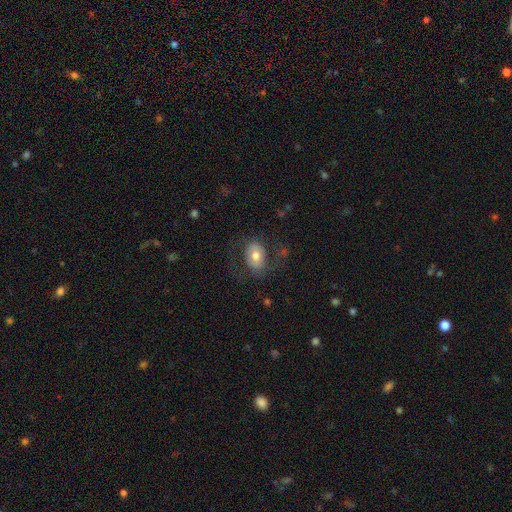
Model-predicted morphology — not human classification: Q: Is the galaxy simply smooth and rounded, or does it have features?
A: smooth — 62%.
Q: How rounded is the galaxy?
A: in between — 74%.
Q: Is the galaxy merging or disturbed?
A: none — 67%.